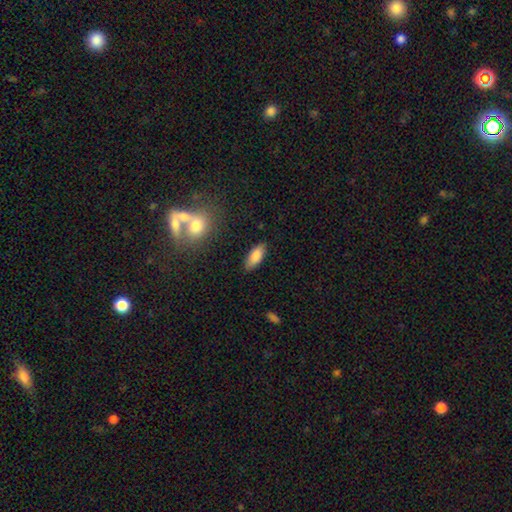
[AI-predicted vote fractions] This is clearly a smooth galaxy (83%). How rounded: clearly in between (81%). Merging: clearly none (85%).